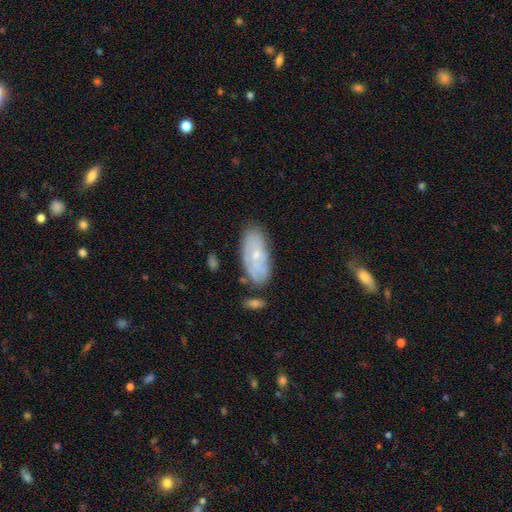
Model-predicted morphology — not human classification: smooth_or_featured: featured or disk (p=0.49) [alt: smooth p=0.43]
merging: none (p=0.71) [alt: minor disturbance p=0.19]